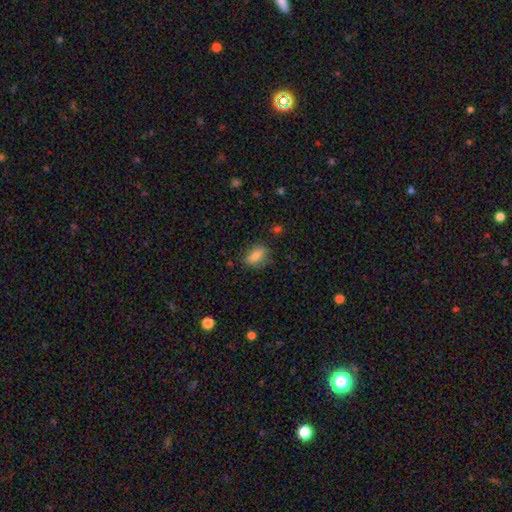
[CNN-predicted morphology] Smooth or featured: smooth — 77% (featured or disk — 14%)
How rounded: in between — 82% (round — 10%)
Merging: none — 80% (minor disturbance — 15%)